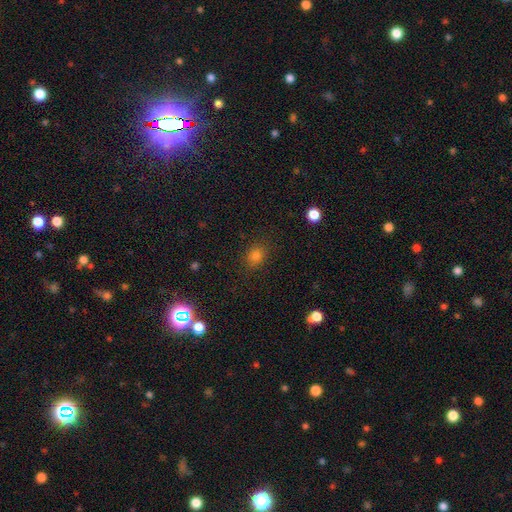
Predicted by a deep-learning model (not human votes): This appears to be a smooth galaxy with no disk features (76%) that is round (63%). Merging: none (86%).